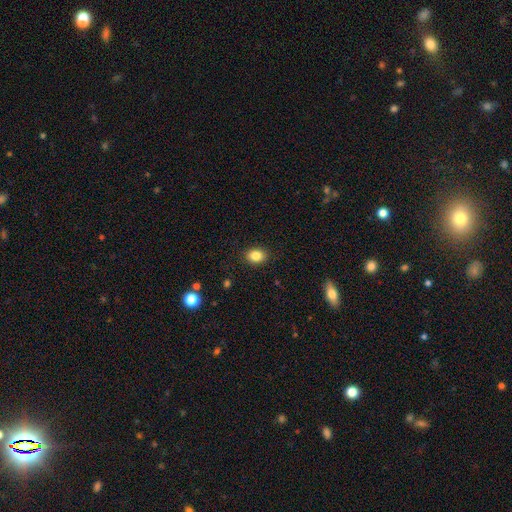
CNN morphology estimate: type=smooth (84%); roundness=in between (59%); merging=none (89%).